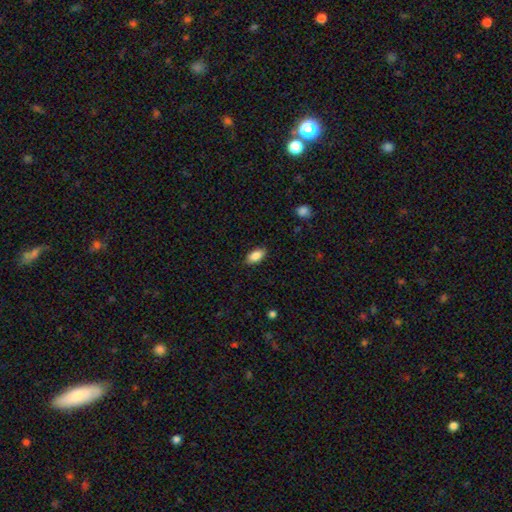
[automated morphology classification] The model was most divided on "merging": none: 87%, minor disturbance: 10%, major disturbance: 2%, merger: 1%. More confident: how rounded — in between (90%); smooth or featured — smooth (86%).